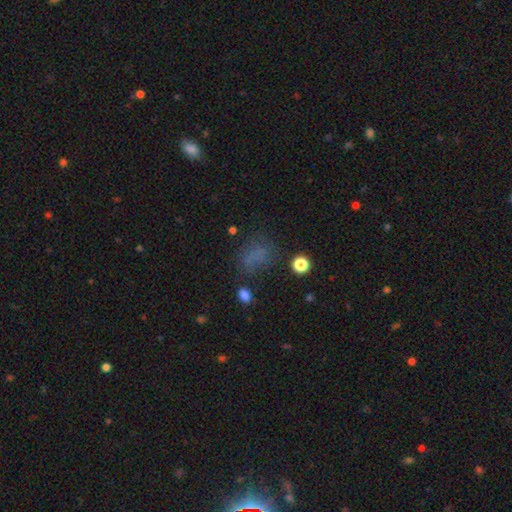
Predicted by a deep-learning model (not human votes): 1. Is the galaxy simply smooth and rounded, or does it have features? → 61% smooth, 26% star or artifact, 12% featured or disk.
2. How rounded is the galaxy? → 66% in between, 31% round, 3% cigar-shaped.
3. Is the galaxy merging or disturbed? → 58% none, 21% minor disturbance, 16% major disturbance, 5% merger.